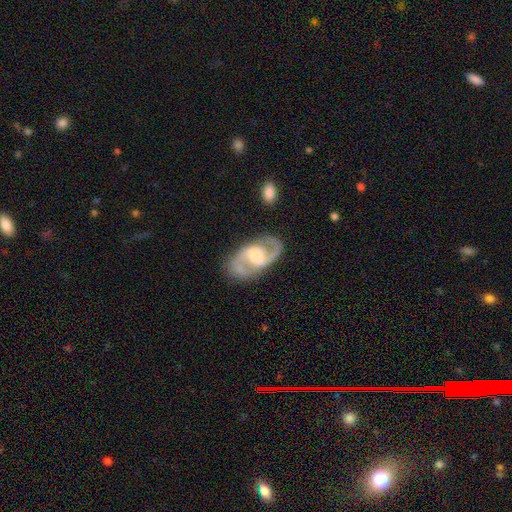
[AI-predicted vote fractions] A featured or disk galaxy (88%) with a weak bar (51%), 2 (93%) medium (60%) spiral arms (96%) and a moderate central bulge (47%).

Vote fractions:
- Smooth or featured? featured or disk: 88% / smooth: 8% / star or artifact: 4%
- Edge-on disk? no: 97% / yes: 3%
- Bar? weak: 51% / no: 27% / strong: 22%
- Spiral arms? yes: 96% / no: 4%
- Spiral winding? medium: 60% / loose: 22% / tight: 18%
- Spiral arm count? 2: 93% / can't tell: 3% / 1: 1% / 3: 1% / 4: 1% / more than 4: 1%
- Bulge size? moderate: 47% / large: 24% / small: 20% / none: 7% / dominant: 2%
- Merging? none: 82% / minor disturbance: 12% / major disturbance: 4% / merger: 2%